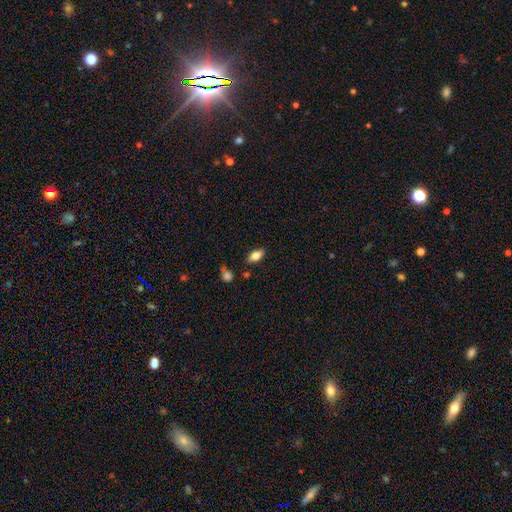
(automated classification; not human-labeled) Smooth or featured? Predicted: smooth (p=0.73). How rounded? Predicted: in between (p=0.86). Merging? Predicted: none (p=0.83).